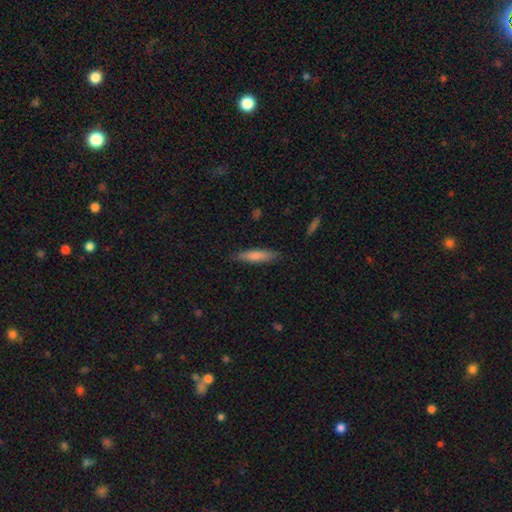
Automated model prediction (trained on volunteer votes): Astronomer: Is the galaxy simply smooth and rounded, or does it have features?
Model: smooth — 76%.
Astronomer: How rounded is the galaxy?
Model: cigar-shaped — 80%.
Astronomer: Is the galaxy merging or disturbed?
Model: none — 85%.